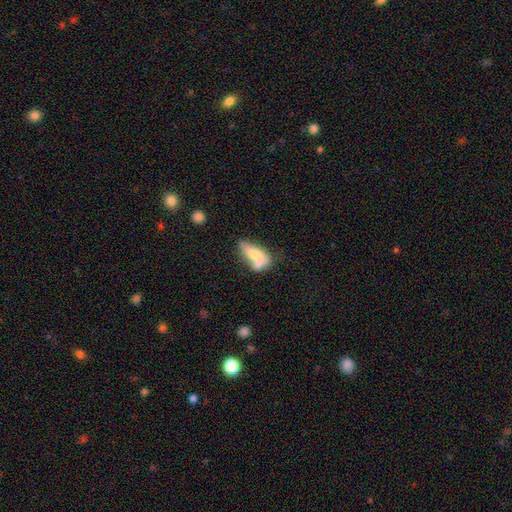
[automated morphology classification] The model was most divided on "merging": merger: 38%, none: 29%, minor disturbance: 20%, major disturbance: 13%. More confident: how rounded — in between (79%); smooth or featured — smooth (59%).